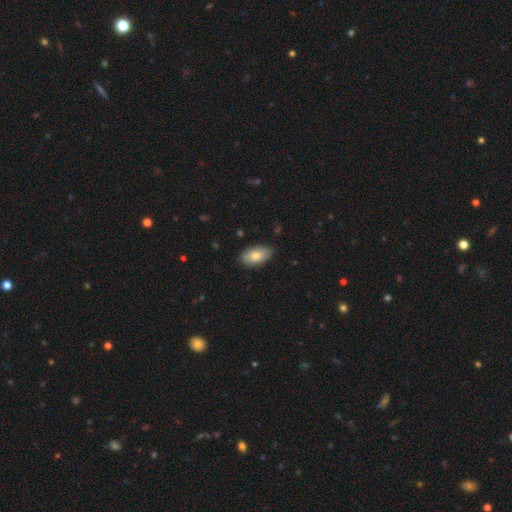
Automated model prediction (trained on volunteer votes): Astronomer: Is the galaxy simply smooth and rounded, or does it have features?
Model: smooth — 80%.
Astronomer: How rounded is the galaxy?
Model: in between — 94%.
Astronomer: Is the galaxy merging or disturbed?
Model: none — 84%.